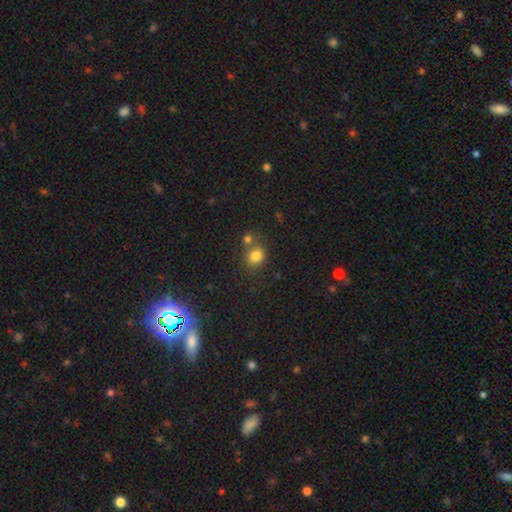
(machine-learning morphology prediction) Overall: smooth (80%). How rounded: round (77%). Merging: none (60%; merger 27%).